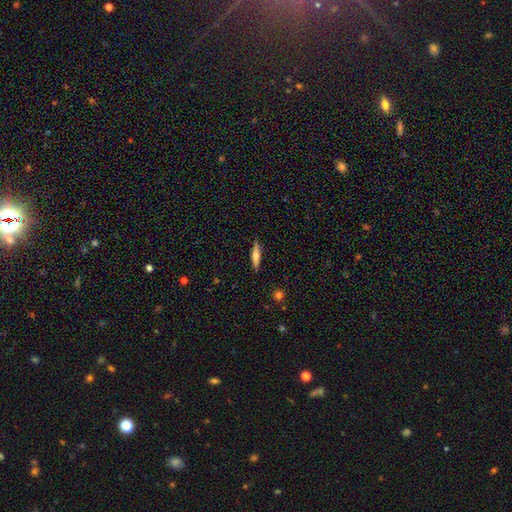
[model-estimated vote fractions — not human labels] Overall: smooth (49%; featured or disk 45%). Merging: none (89%).